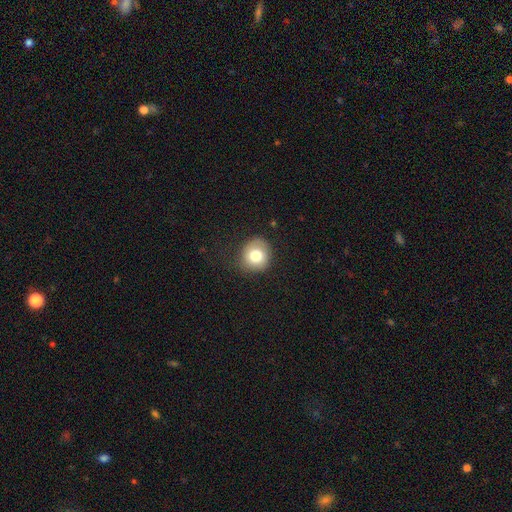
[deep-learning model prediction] A smooth galaxy with no disk features (77%) that is round (85%).

Vote fractions:
- Smooth or featured? smooth: 77% / featured or disk: 13% / star or artifact: 10%
- How rounded? round: 85% / in between: 15% / cigar-shaped: 1%
- Merging? none: 77% / minor disturbance: 17% / major disturbance: 5% / merger: 1%